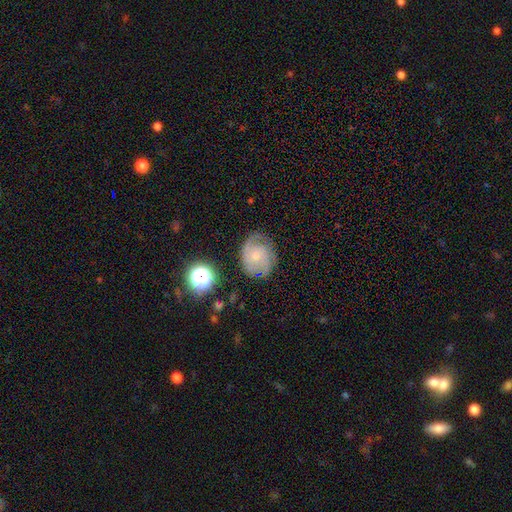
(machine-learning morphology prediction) Smooth or featured? Predicted: featured or disk (p=0.69). Edge-on disk? Predicted: no (p=0.97). Bar? Predicted: no (p=0.76). Spiral arms? Predicted: yes (p=0.91). Spiral winding? Predicted: tight (p=0.48). Spiral arm count? Predicted: can't tell (p=0.32, tied with 2). Bulge size? Predicted: small (p=0.62). Merging? Predicted: none (p=0.62).